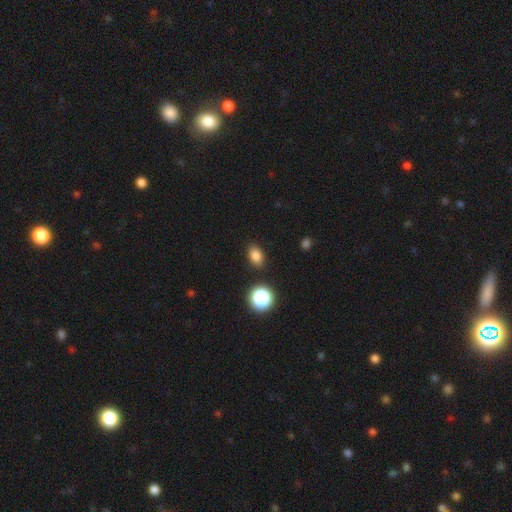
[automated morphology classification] type=smooth (81%); roundness=in between (74%); merging=none (87%).